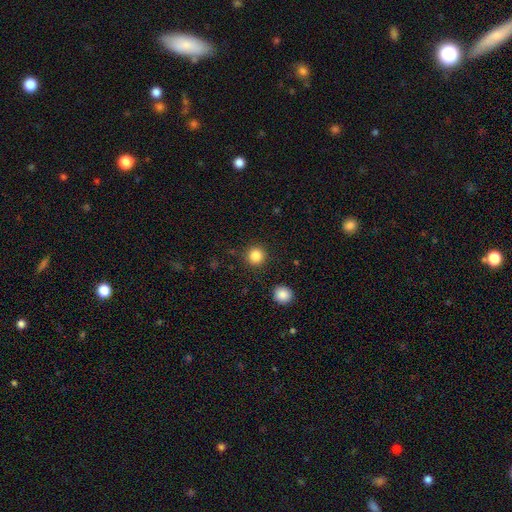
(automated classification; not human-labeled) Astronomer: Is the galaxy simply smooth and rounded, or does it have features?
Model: smooth — 85%.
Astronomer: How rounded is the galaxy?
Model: round — 95%.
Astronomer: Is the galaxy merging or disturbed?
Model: none — 90%.